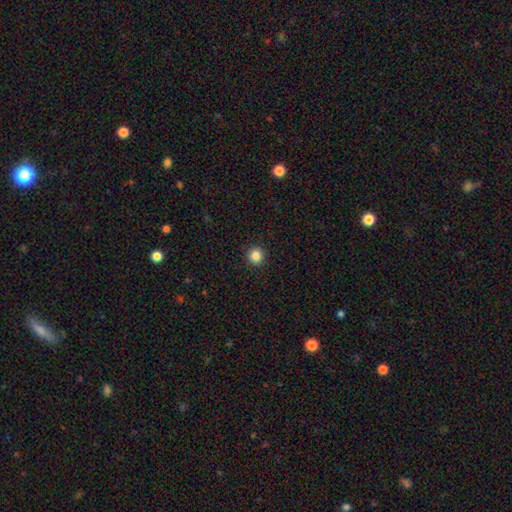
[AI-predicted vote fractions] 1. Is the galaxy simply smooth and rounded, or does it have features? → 85% smooth, 11% star or artifact, 4% featured or disk.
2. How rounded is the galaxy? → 95% round, 4% in between, 1% cigar-shaped.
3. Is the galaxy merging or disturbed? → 93% none, 4% minor disturbance, 2% major disturbance, 1% merger.